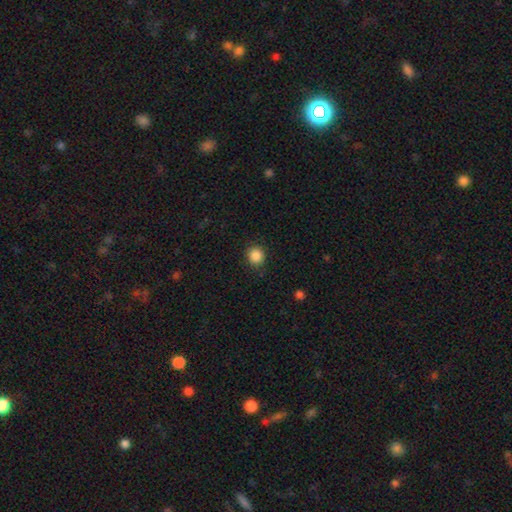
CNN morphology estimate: Smooth or featured: smooth — 87% (star or artifact — 10%)
How rounded: round — 85% (in between — 14%)
Merging: none — 87% (minor disturbance — 9%)